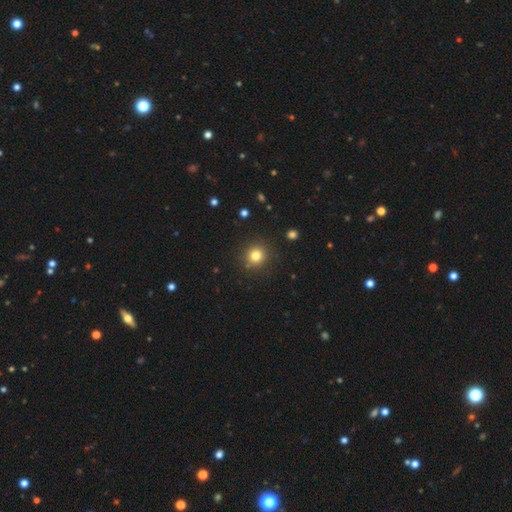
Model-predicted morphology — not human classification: Smooth or featured: smooth — 80% (star or artifact — 13%)
How rounded: round — 92% (in between — 8%)
Merging: none — 89% (minor disturbance — 7%)